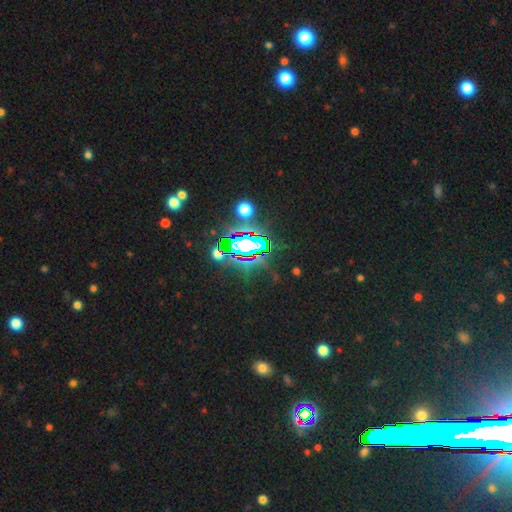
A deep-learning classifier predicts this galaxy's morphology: star or artifact 80%, smooth 11%, featured or disk 9%.